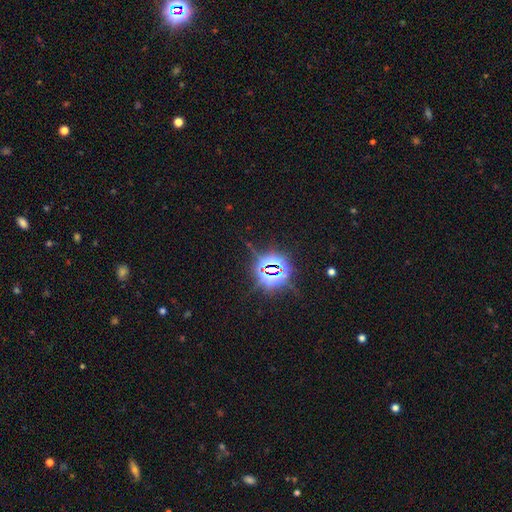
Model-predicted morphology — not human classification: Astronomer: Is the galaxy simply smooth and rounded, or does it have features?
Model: star or artifact — 84%.